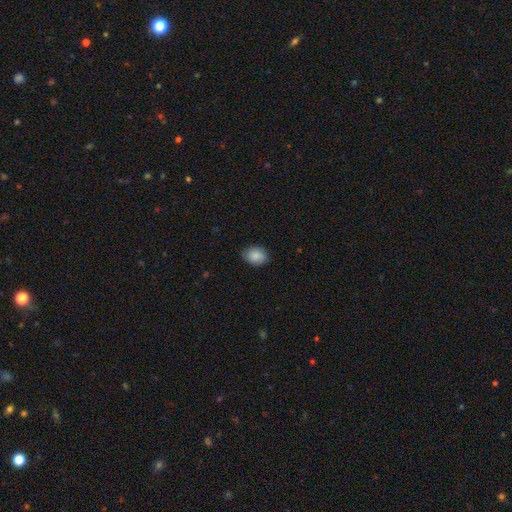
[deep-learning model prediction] smooth 87%, star or artifact 7%, featured or disk 6%. Down the decision tree: how rounded — in between (54%); merging — none (83%).